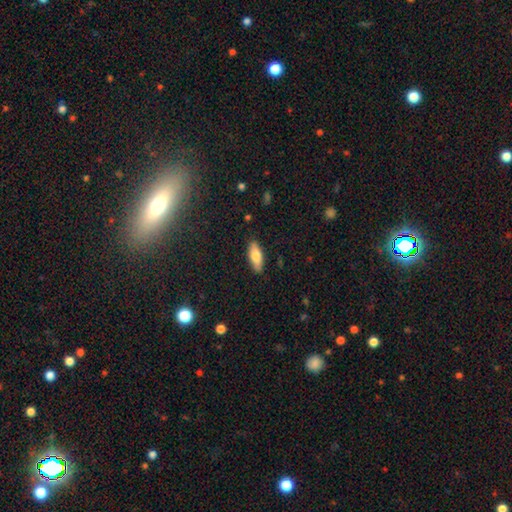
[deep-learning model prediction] Smooth or featured? smooth (75%)
How rounded? in between (65%)
Merging? none (88%)